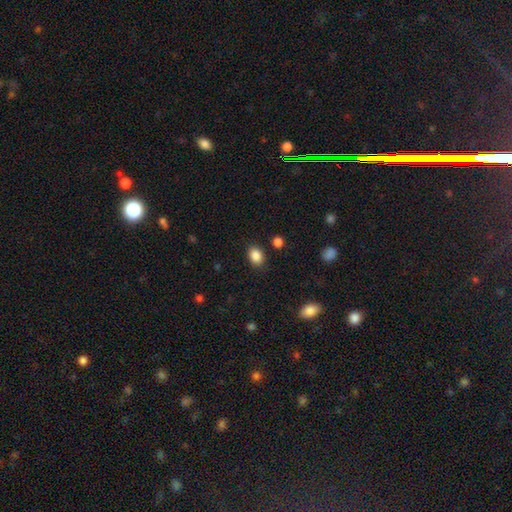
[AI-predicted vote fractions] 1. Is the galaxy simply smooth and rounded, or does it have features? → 87% smooth, 9% star or artifact, 4% featured or disk.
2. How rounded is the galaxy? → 70% in between, 29% round, 1% cigar-shaped.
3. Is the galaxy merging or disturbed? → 86% none, 9% minor disturbance, 3% major disturbance, 2% merger.